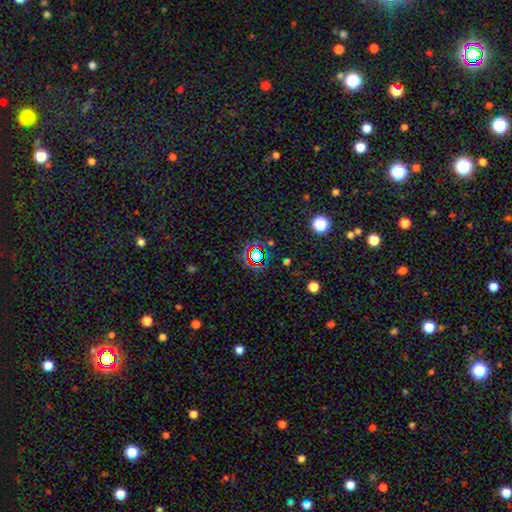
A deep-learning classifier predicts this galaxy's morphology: This is likely a star or artifact rather than a galaxy (68%).